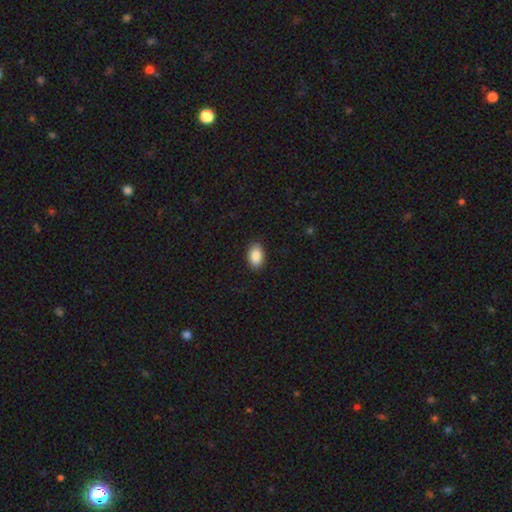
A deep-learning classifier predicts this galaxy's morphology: Smooth or featured? Predicted: smooth (p=0.89). How rounded? Predicted: in between (p=0.90). Merging? Predicted: none (p=0.88).